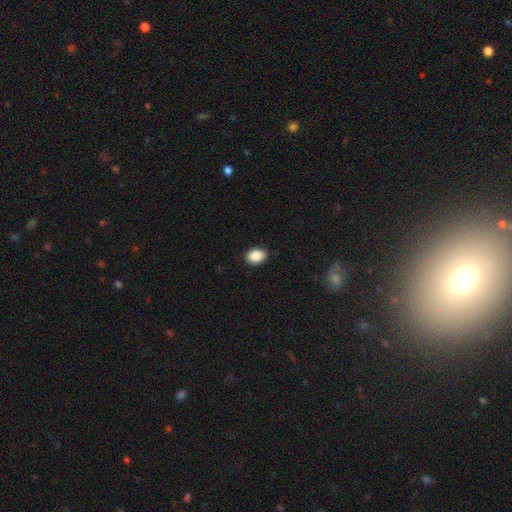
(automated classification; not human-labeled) smooth 88%, star or artifact 8%, featured or disk 4%. Down the decision tree: how rounded — in between (72%); merging — none (89%).